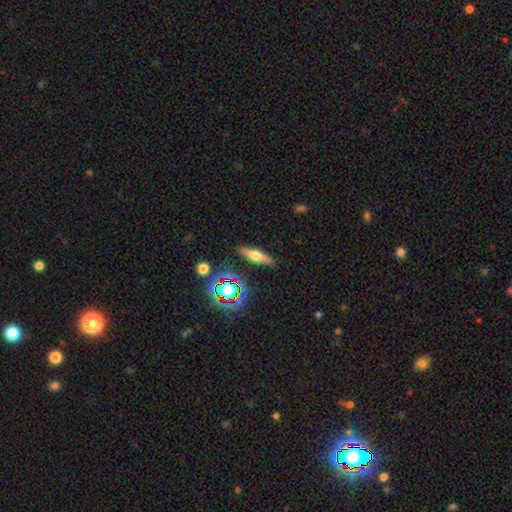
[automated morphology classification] The model was most divided on "smooth or featured" (2-way tie): featured or disk: 44%, smooth: 44%, star or artifact: 12%. More confident: merging — none (86%).